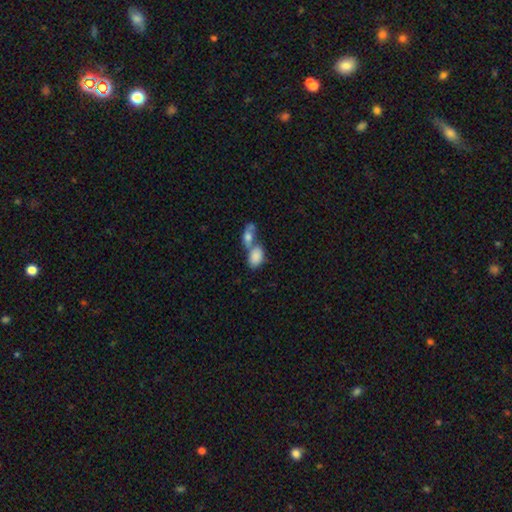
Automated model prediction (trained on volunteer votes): A smooth galaxy with no disk features (83%) that is in between round and cigar-shaped (88%). Merging: merger (62%).